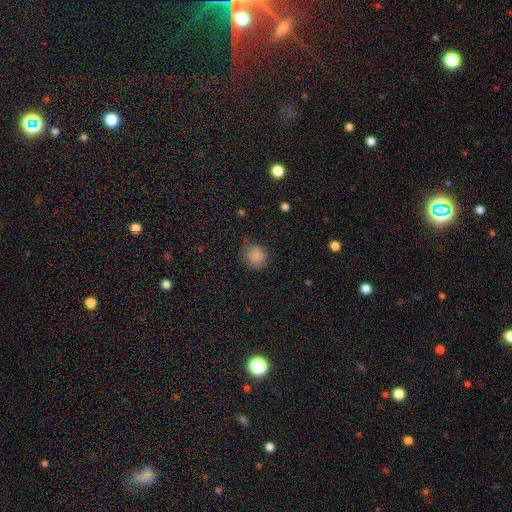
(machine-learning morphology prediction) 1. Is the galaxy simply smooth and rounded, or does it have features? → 86% smooth, 10% star or artifact, 4% featured or disk.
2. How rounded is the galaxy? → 86% round, 13% in between, 1% cigar-shaped.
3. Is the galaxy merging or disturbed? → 74% none, 20% minor disturbance, 5% major disturbance, 1% merger.